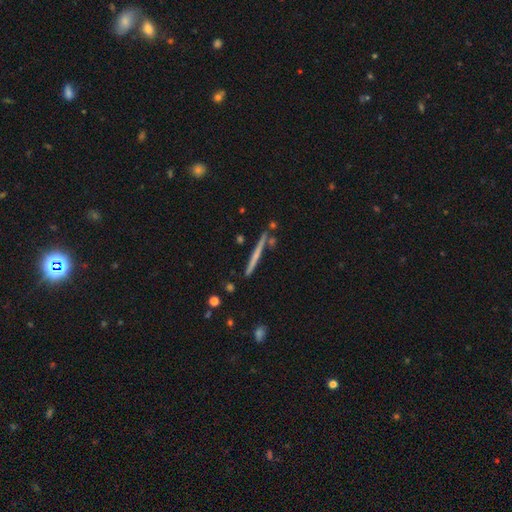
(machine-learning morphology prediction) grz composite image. It shows a featured or disk galaxy (58%) viewed edge-on (98%) with no central bulge (70%). Merging: none (86%).